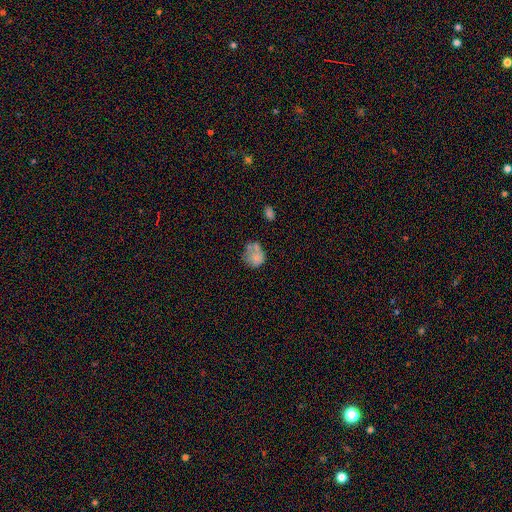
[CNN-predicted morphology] Smooth or featured? Predicted: smooth (p=0.64). How rounded? Predicted: round (p=0.67). Merging? Predicted: none (p=0.37).